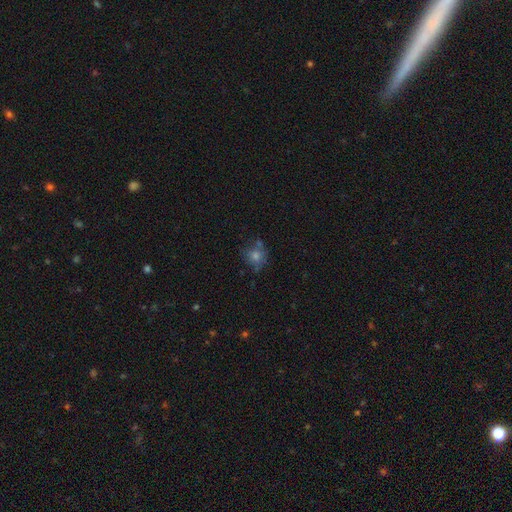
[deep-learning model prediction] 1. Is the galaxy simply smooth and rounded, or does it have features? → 57% smooth, 22% star or artifact, 20% featured or disk.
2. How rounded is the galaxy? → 80% round, 19% in between, 1% cigar-shaped.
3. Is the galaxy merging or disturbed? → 63% none, 19% minor disturbance, 10% merger, 8% major disturbance.